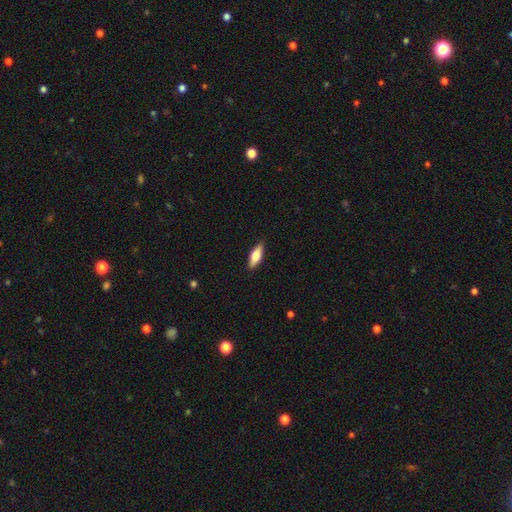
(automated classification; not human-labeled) Morphology: type=smooth (64%); roundness=in between (63%); merging=none (88%).